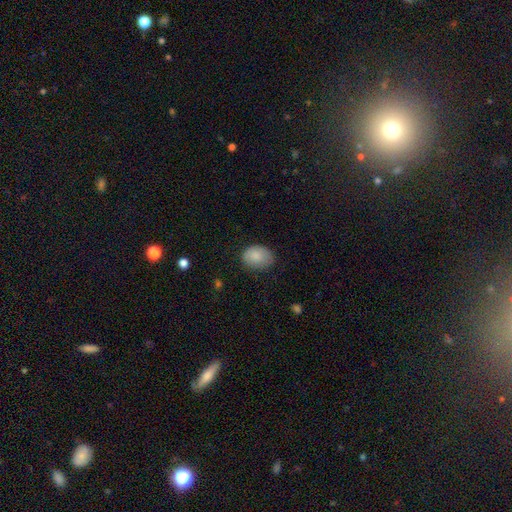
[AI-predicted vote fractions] Morphology: type=smooth (85%); roundness=in between (70%); merging=none (69%).